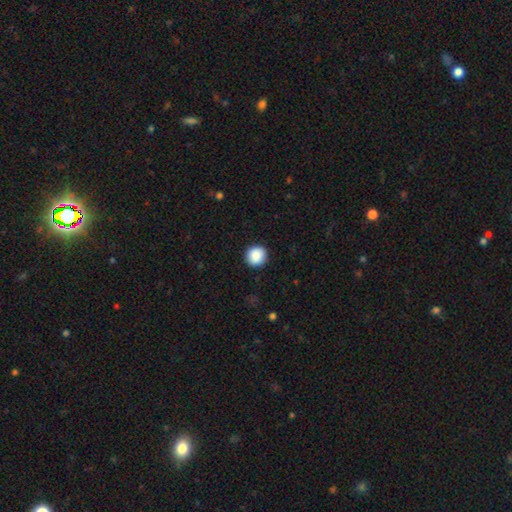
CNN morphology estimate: This is clearly a smooth galaxy (89%). How rounded: clearly round (94%). Merging: clearly none (92%).